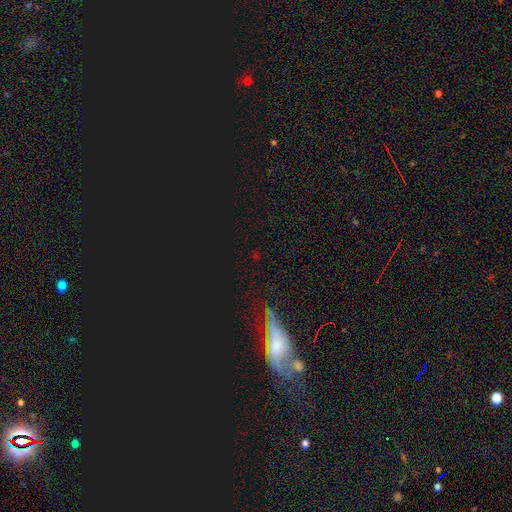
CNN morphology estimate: Smooth or featured: star or artifact — 73% (smooth — 19%)